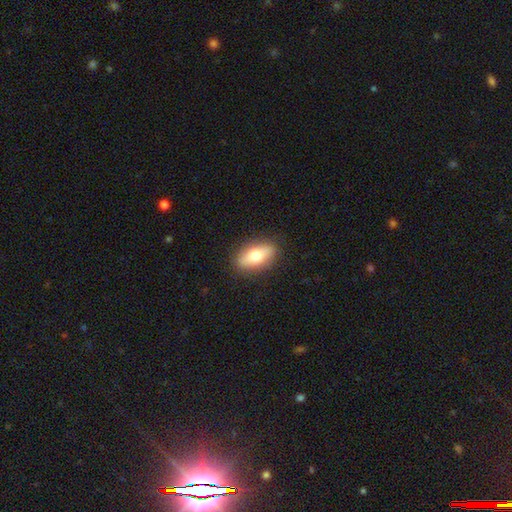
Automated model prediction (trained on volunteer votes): A smooth galaxy with no disk features (71%) that is in between round and cigar-shaped (83%).

Vote fractions:
- Smooth or featured? smooth: 71% / featured or disk: 22% / star or artifact: 7%
- How rounded? in between: 83% / cigar-shaped: 11% / round: 5%
- Merging? none: 87% / minor disturbance: 10% / major disturbance: 3% / merger: 1%